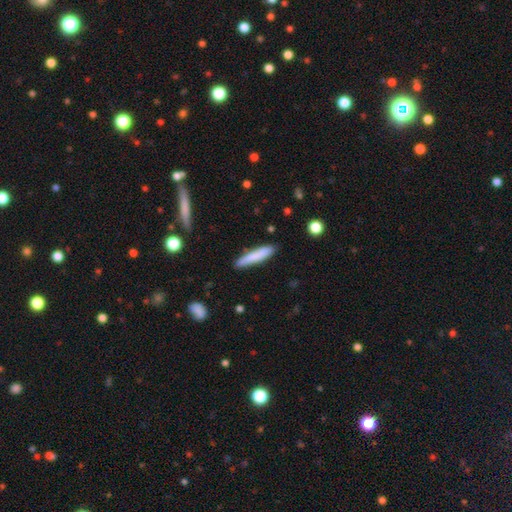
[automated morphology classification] This is likely a smooth galaxy (78%). How rounded: clearly cigar-shaped (90%). Merging: clearly none (85%).